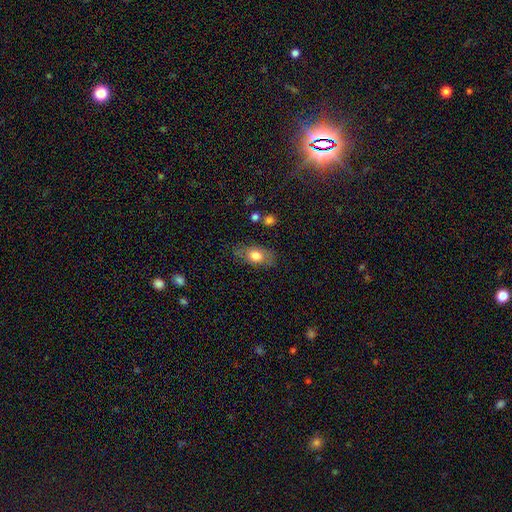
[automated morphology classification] Smooth or featured: smooth — 71% (featured or disk — 22%)
How rounded: in between — 83% (round — 13%)
Merging: none — 72% (minor disturbance — 19%)